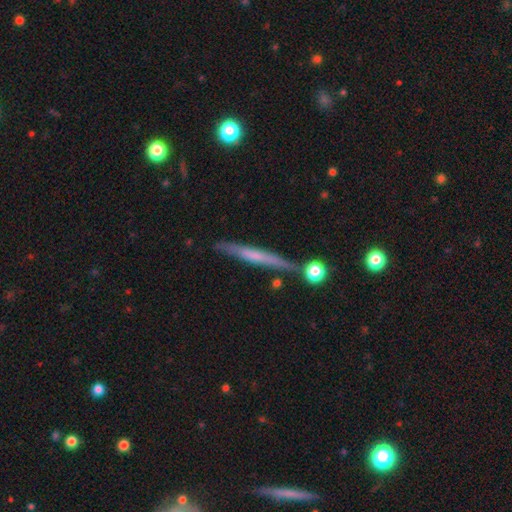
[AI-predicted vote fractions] A featured or disk galaxy (50%). Merging: none (80%).